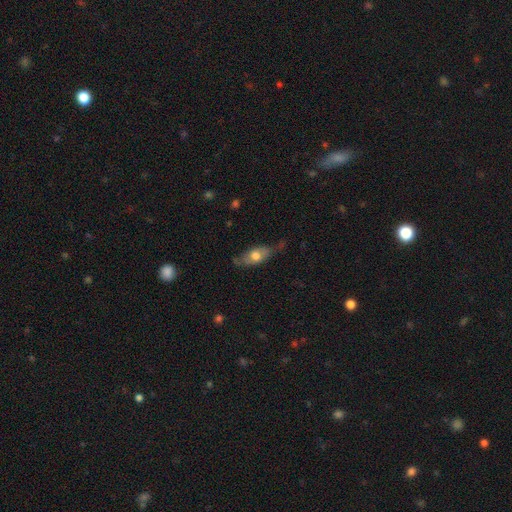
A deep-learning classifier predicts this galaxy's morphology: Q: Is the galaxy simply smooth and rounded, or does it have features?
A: smooth — 60%.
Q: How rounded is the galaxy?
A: in between — 77%.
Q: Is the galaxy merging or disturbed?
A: none — 57%.